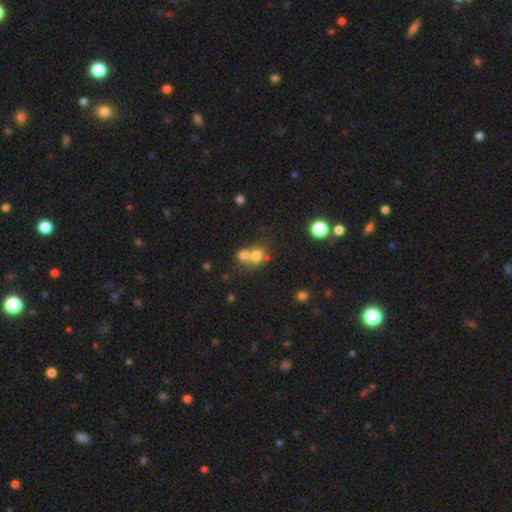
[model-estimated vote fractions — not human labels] Morphology: type=smooth (72%); roundness=round (76%); merging=merger (57%).